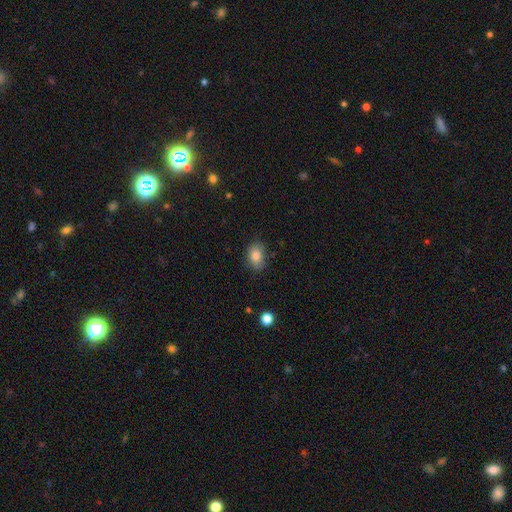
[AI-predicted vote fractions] Smooth or featured? smooth (83%)
How rounded? in between (73%)
Merging? none (78%)